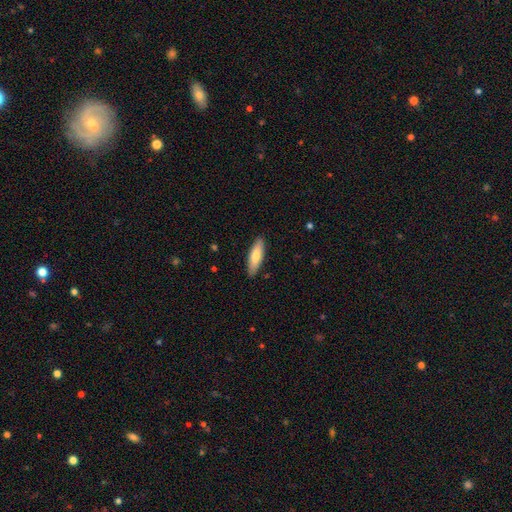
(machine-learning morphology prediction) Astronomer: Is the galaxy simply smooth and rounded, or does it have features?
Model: smooth — 73%.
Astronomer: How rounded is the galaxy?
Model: cigar-shaped — 57% (runner-up: in between, 41%).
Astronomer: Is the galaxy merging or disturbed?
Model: none — 89%.